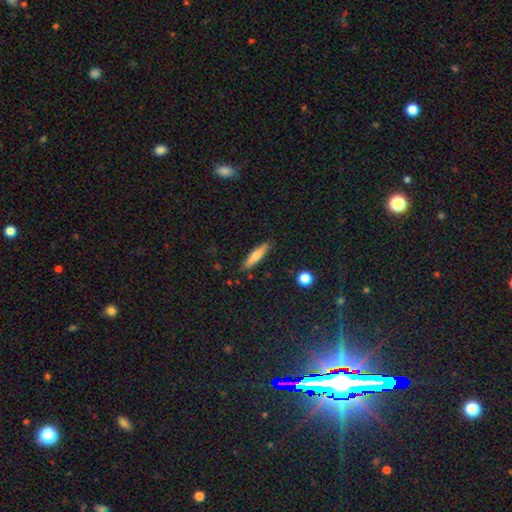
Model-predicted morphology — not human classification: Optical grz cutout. It shows a smooth galaxy with no disk features (67%) that is cigar-shaped (83%). Merging: none (86%).